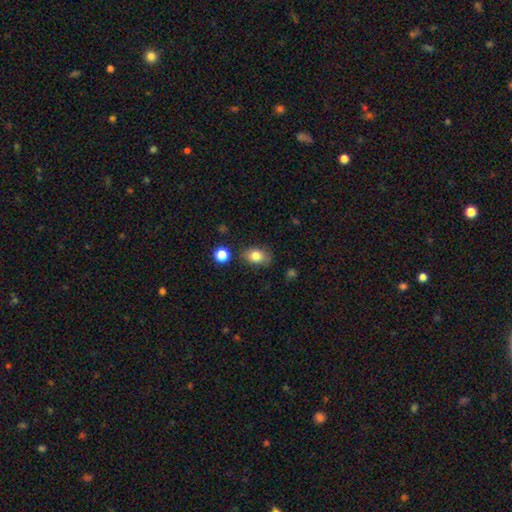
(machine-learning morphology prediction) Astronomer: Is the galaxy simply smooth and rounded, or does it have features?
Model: smooth — 81%.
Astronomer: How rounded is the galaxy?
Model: in between — 78%.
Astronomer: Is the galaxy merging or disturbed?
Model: none — 79%.